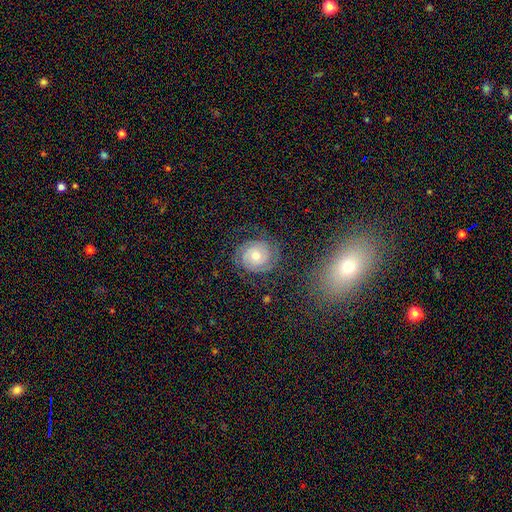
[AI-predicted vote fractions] A featured or disk galaxy (73%) with no bar (71%), 2 (61%) tight (72%) spiral arms (94%) and a moderate central bulge (60%).

Vote fractions:
- Smooth or featured? featured or disk: 73% / smooth: 17% / star or artifact: 10%
- Edge-on disk? no: 98% / yes: 2%
- Bar? no: 71% / weak: 24% / strong: 5%
- Spiral arms? yes: 94% / no: 6%
- Spiral winding? tight: 72% / medium: 22% / loose: 6%
- Spiral arm count? 2: 61% / can't tell: 19% / 3: 9% / 1: 4% / 4: 4% / more than 4: 3%
- Bulge size? moderate: 60% / small: 31% / large: 6% / none: 2% / dominant: 1%
- Merging? none: 76% / minor disturbance: 14% / major disturbance: 8% / merger: 2%